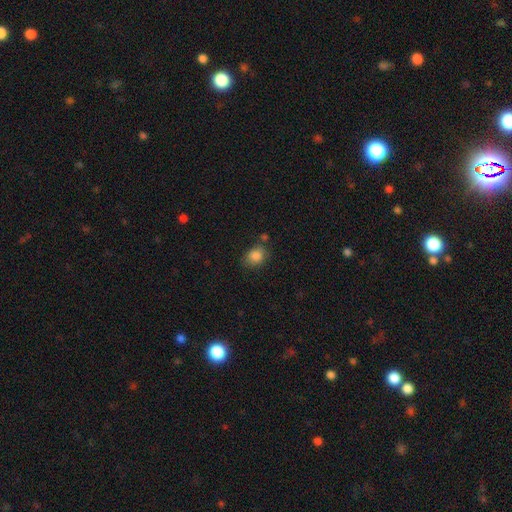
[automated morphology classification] This appears to be a smooth galaxy with no disk features (85%) that is in between round and cigar-shaped (56%). Merging: none (67%).